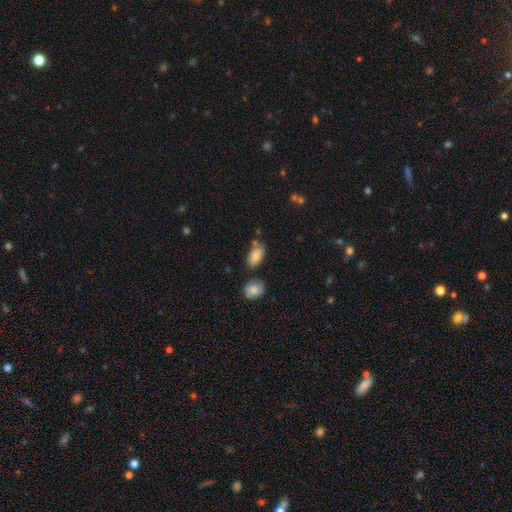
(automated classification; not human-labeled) This is clearly a smooth galaxy (85%). How rounded: clearly in between (93%). Merging: likely none (64%).